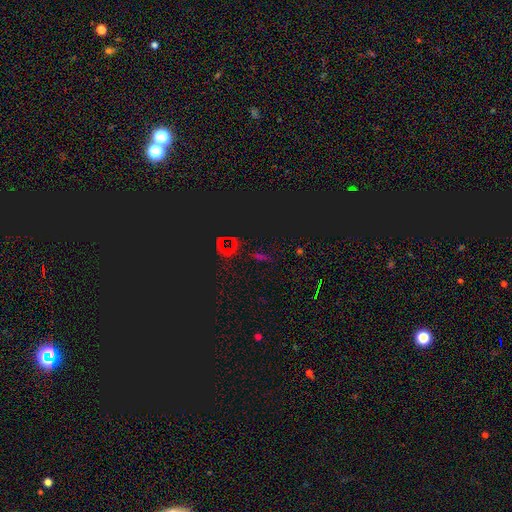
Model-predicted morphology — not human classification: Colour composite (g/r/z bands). It shows a star or artifact, not a galaxy (70%).